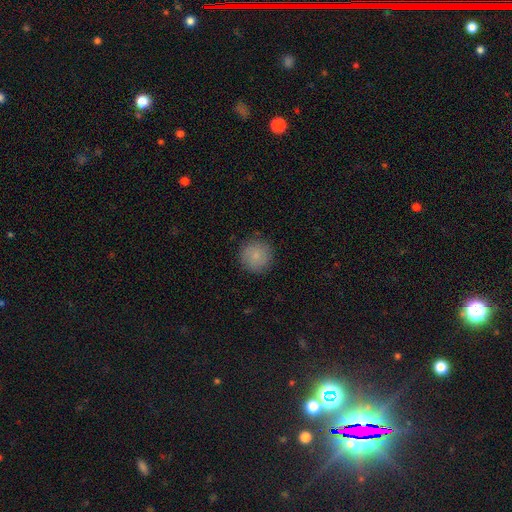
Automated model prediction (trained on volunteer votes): smooth_or_featured: smooth (p=0.86) [alt: star or artifact p=0.08]
how_rounded: round (p=0.95) [alt: in between p=0.04]
merging: none (p=0.88) [alt: minor disturbance p=0.08]